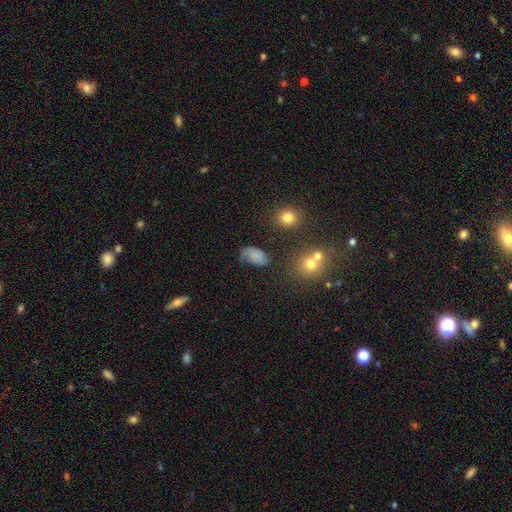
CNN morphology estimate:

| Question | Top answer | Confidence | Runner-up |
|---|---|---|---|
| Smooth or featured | smooth | 61% | featured or disk (26%) |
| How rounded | in between | 87% | round (11%) |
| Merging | none | 44% | minor disturbance (30%) |